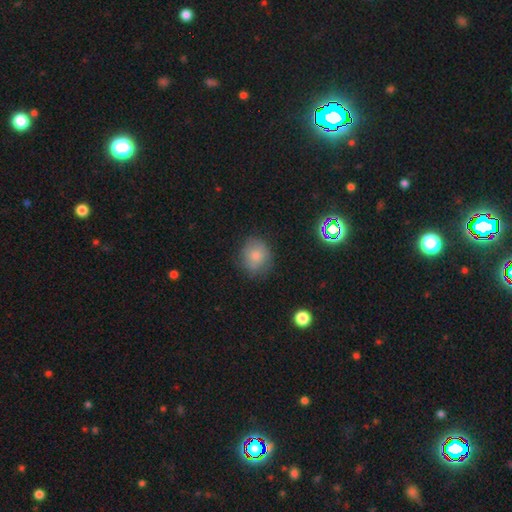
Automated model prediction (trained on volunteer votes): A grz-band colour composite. It shows a smooth galaxy with no disk features (77%) that is round (76%). Merging: none (72%).